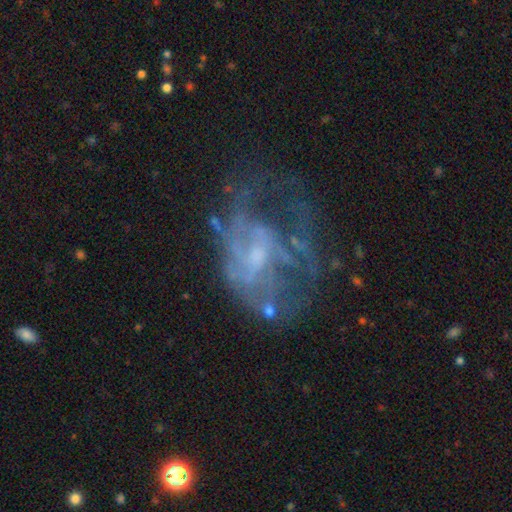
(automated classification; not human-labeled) Smooth or featured?
  - featured or disk: 70% *
  - smooth: 16%
  - star or artifact: 14%
Edge-on disk?
  - no: 97% *
  - yes: 3%
Bar?
  - no: 64% *
  - weak: 31%
  - strong: 6%
Spiral arms?
  - no: 56% *
  - yes: 44%
Bulge size?
  - small: 50% *
  - moderate: 25%
  - none: 22%
  - large: 2%
  - dominant: 1%
Merging?
  - major disturbance: 40% *
  - none: 36%
  - minor disturbance: 19%
  - merger: 5%